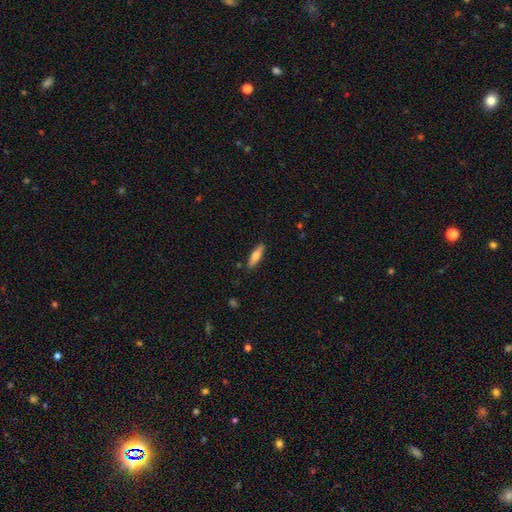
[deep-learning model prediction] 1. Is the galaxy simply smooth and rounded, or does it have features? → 66% smooth, 29% featured or disk, 6% star or artifact.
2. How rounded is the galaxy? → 68% cigar-shaped, 30% in between, 2% round.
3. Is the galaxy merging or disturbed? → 88% none, 9% minor disturbance, 2% major disturbance, 1% merger.